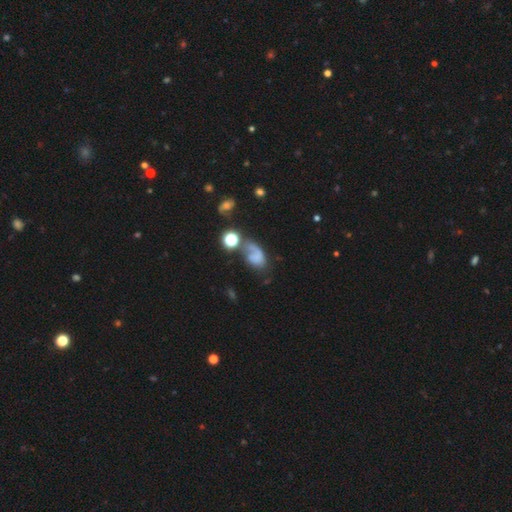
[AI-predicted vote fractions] The model was most divided on "merging": major disturbance: 34%, none: 29%, minor disturbance: 22%, merger: 15%. Remaining: smooth or featured — smooth (49%).